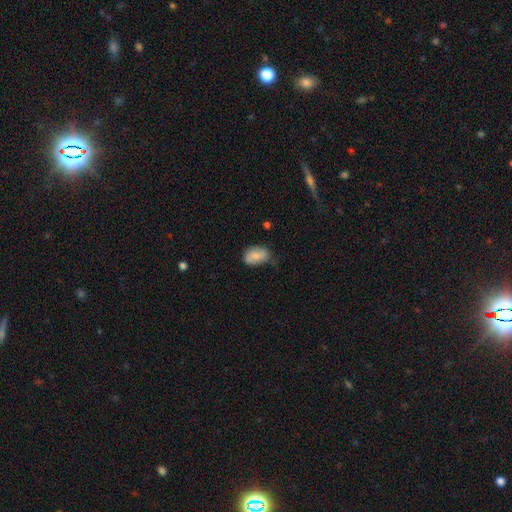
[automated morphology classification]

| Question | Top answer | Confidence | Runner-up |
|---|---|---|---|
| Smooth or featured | smooth | 77% | featured or disk (16%) |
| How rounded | in between | 88% | round (11%) |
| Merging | none | 56% | minor disturbance (34%) |